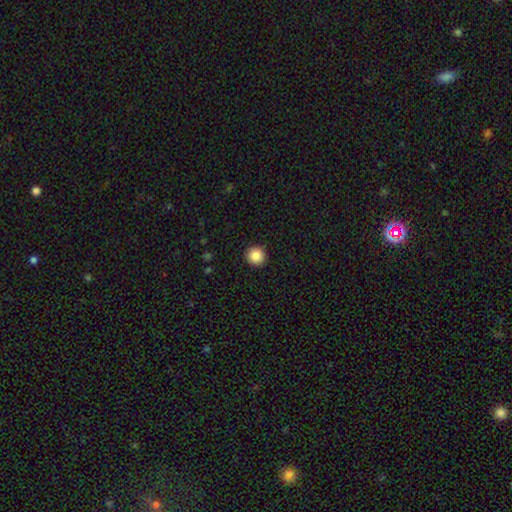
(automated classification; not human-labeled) This appears to be a smooth galaxy with no disk features (86%) that is round (93%). Merging: none (93%).